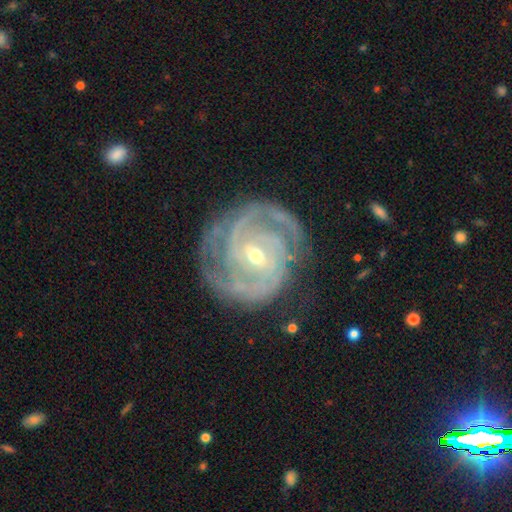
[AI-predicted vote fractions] The model was most divided on "spiral arm count": 2: 31%, 3: 30%, can't tell: 16%, 4: 11%, more than 4: 6%, 1: 6%. Remaining: spiral arms — yes (98%); edge-on disk — no (97%); smooth or featured — featured or disk (91%); merging — none (76%); spiral winding — tight (73%); bulge size — small (53%); bar — weak (42%).